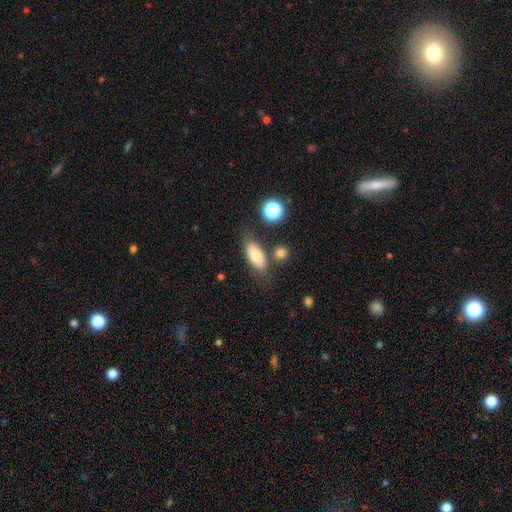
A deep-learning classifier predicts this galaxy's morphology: Smooth or featured?
  - smooth: 74% *
  - featured or disk: 17%
  - star or artifact: 9%
How rounded?
  - in between: 81% *
  - cigar-shaped: 14%
  - round: 5%
Merging?
  - none: 68% *
  - minor disturbance: 17%
  - merger: 9%
  - major disturbance: 6%